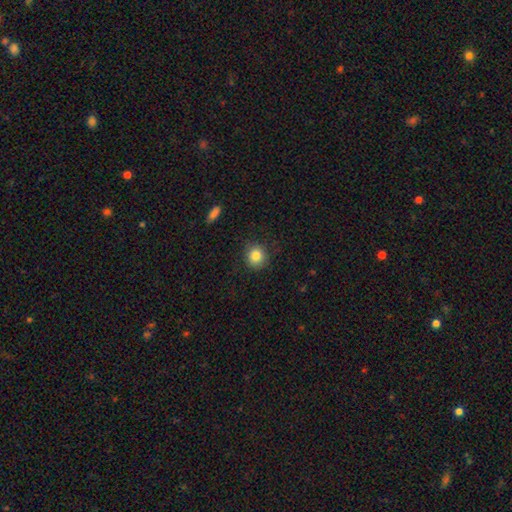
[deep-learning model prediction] smooth-or-featured: smooth: 84% | star or artifact: 9% | featured or disk: 6%
  how-rounded: round: 87% | in between: 12% | cigar-shaped: 1%
  merging: none: 88% | minor disturbance: 8% | major disturbance: 2% | merger: 1%